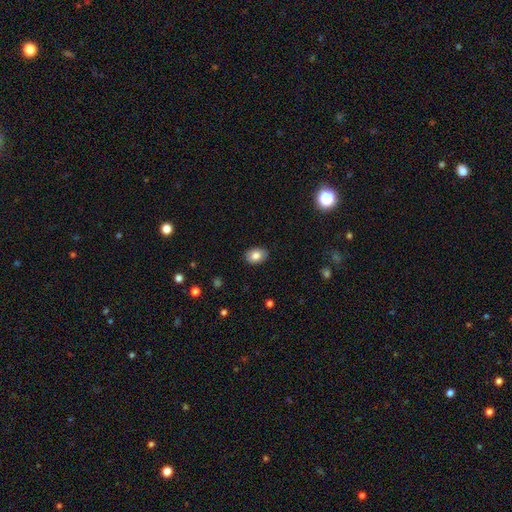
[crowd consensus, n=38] Volunteers were most divided on "merging": none: 80%, minor disturbance: 17%, major disturbance: 3%, merger: 0%. More confident: how rounded — in between (84%); smooth or featured — smooth (82%).